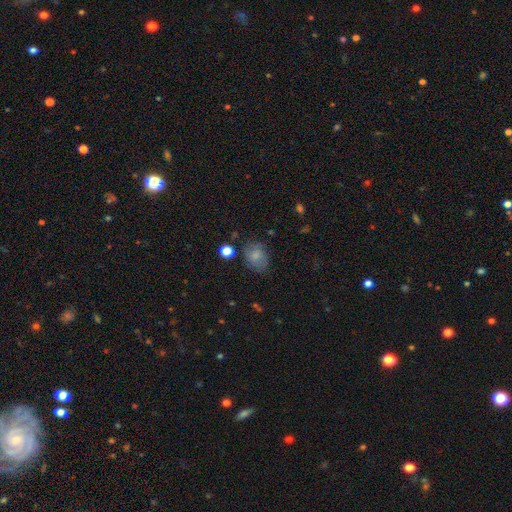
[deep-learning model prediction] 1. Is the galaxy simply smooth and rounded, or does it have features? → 75% smooth, 16% featured or disk, 10% star or artifact.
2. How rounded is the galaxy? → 66% in between, 33% round, 1% cigar-shaped.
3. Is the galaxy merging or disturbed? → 70% none, 21% minor disturbance, 7% major disturbance, 3% merger.